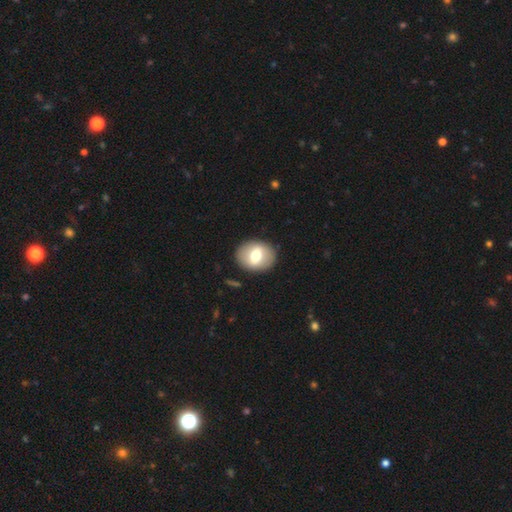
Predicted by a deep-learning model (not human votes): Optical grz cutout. It shows a smooth galaxy with no disk features (61%) that is round (53%). Merging: none (89%).